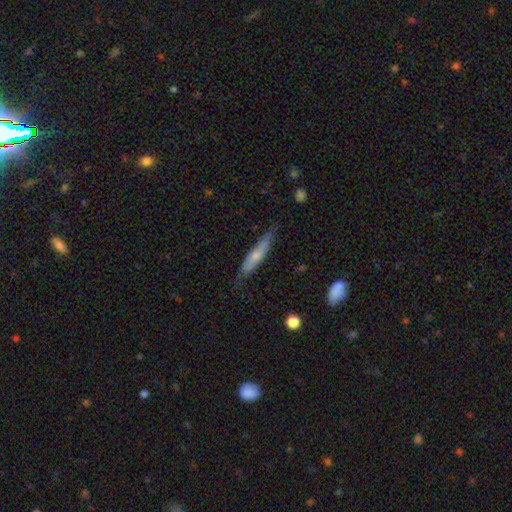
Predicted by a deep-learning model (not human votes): smooth_or_featured: smooth (p=0.53) [alt: featured or disk p=0.41]
how_rounded: cigar-shaped (p=0.84) [alt: in between p=0.14]
merging: none (p=0.73) [alt: minor disturbance p=0.22]